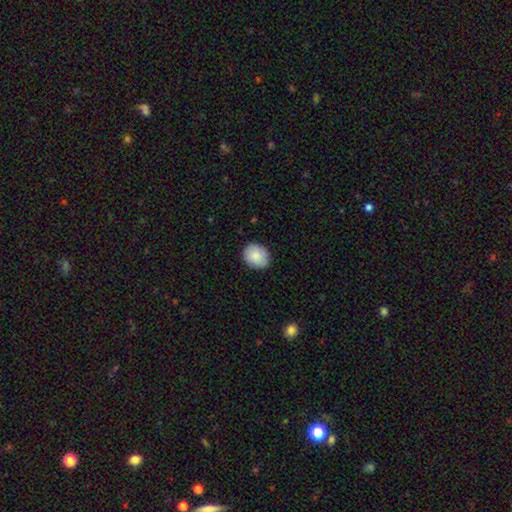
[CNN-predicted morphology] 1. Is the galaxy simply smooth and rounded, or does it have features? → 86% smooth, 7% featured or disk, 7% star or artifact.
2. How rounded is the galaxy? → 60% round, 39% in between, 1% cigar-shaped.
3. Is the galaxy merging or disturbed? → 86% none, 11% minor disturbance, 2% major disturbance, 1% merger.